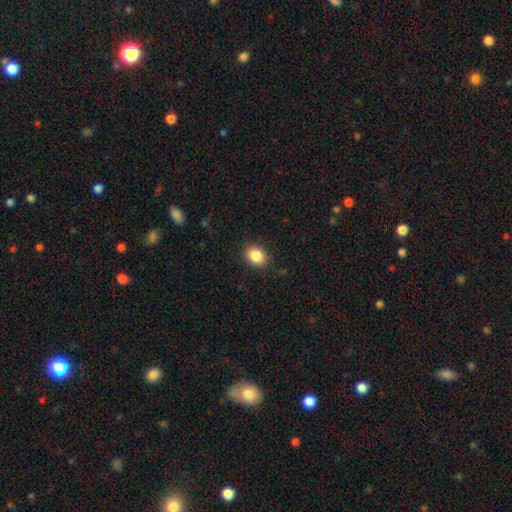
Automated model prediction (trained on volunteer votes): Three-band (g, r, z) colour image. It shows a smooth galaxy with no disk features (87%) that is in between round and cigar-shaped (52%). Merging: none (87%).